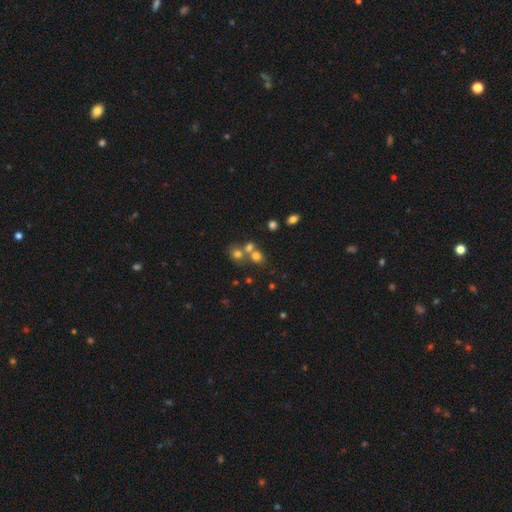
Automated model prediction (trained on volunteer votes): Smooth or featured? Predicted: smooth (p=0.66). How rounded? Predicted: round (p=0.75). Merging? Predicted: merger (p=0.45).